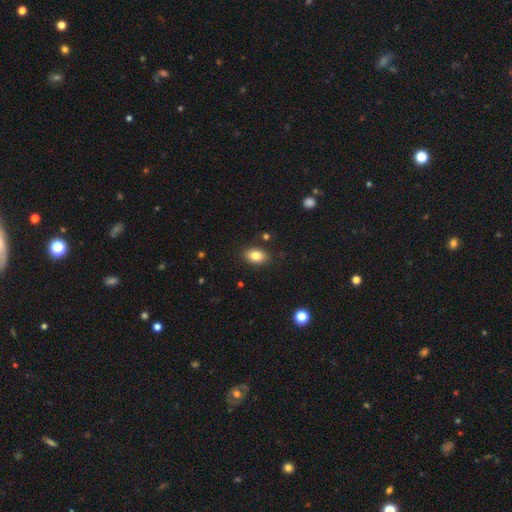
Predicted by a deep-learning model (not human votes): A smooth galaxy with no disk features (83%) that is in between round and cigar-shaped (86%).

Vote fractions:
- Smooth or featured? smooth: 83% / star or artifact: 9% / featured or disk: 8%
- How rounded? in between: 86% / round: 13% / cigar-shaped: 1%
- Merging? none: 86% / minor disturbance: 10% / major disturbance: 2% / merger: 2%